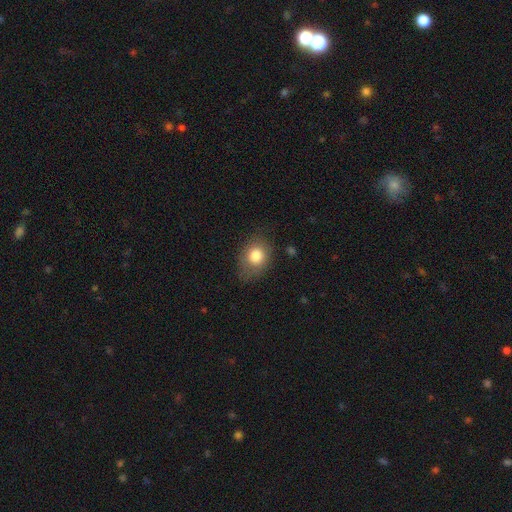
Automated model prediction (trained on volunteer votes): Morphology: type=smooth (80%); roundness=in between (50%); merging=none (66%).